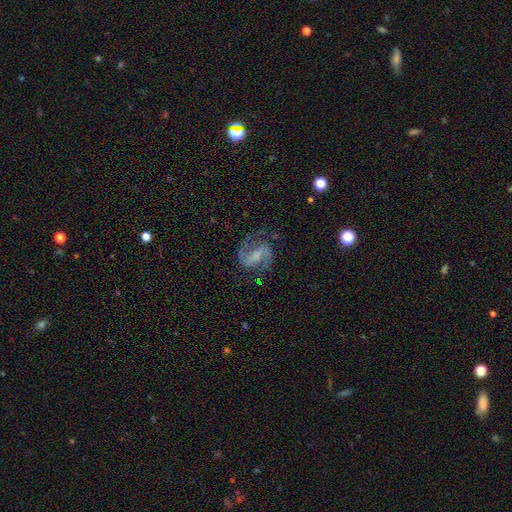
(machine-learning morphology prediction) smooth-or-featured: featured or disk: 88% | smooth: 7% | star or artifact: 6%
  disk-edge-on: no: 98% | yes: 2%
    bar: weak: 42% | strong: 41% | no: 17%
    has-spiral-arms: yes: 97% | no: 3%
      spiral-winding: medium: 60% | loose: 23% | tight: 18%
      spiral-arm-count: 2: 93% | can't tell: 2% | 1: 2% | 3: 1% | 4: 1% | more than 4: 1%
    bulge-size: small: 40% | moderate: 29% | none: 25% | large: 5% | dominant: 1%
  merging: none: 76% | minor disturbance: 14% | major disturbance: 9% | merger: 2%